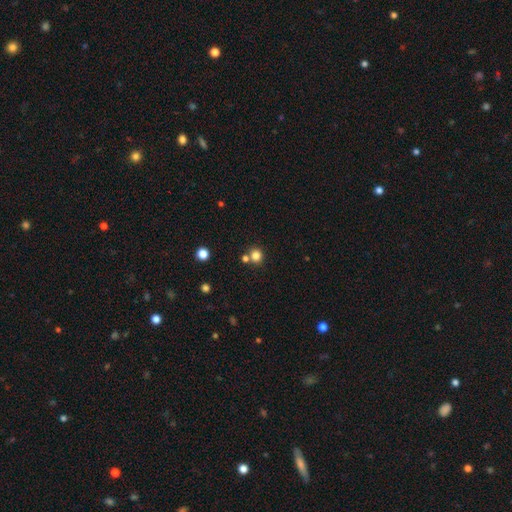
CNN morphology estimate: Overall: smooth (81%). How rounded: round (89%). Merging: none (70%).